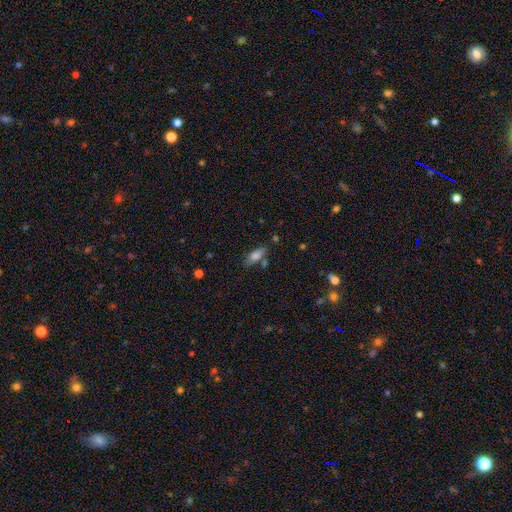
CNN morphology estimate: This appears to be a smooth galaxy with no disk features (74%) that is in between round and cigar-shaped (73%). Merging: none (68%).